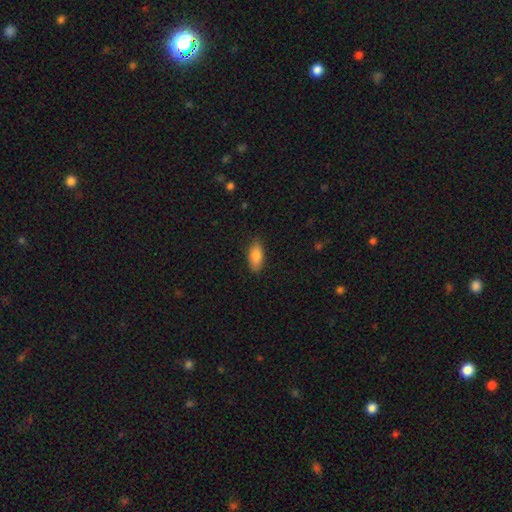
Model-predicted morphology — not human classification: A smooth galaxy with no disk features (84%) that is in between round and cigar-shaped (87%). Merging: none (86%).